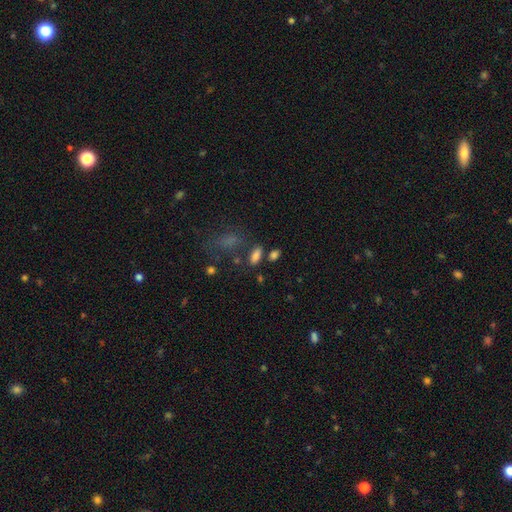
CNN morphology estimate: This appears to be a smooth galaxy with no disk features (82%) that is in between round and cigar-shaped (82%). Merging: none (72%).